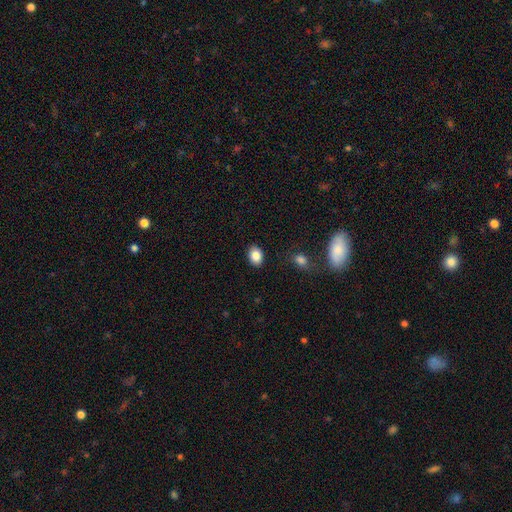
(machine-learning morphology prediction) Q: Smooth or featured?
A: smooth (85%); runner-up: star or artifact (9%)
Q: How rounded?
A: in between (71%); runner-up: round (28%)
Q: Merging?
A: none (87%); runner-up: minor disturbance (9%)